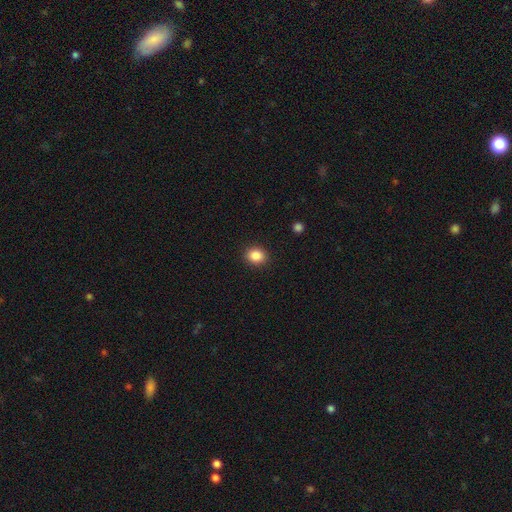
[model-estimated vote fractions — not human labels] Q: Smooth or featured?
A: smooth (87%); runner-up: star or artifact (10%)
Q: How rounded?
A: round (64%); runner-up: in between (35%)
Q: Merging?
A: none (91%); runner-up: minor disturbance (6%)